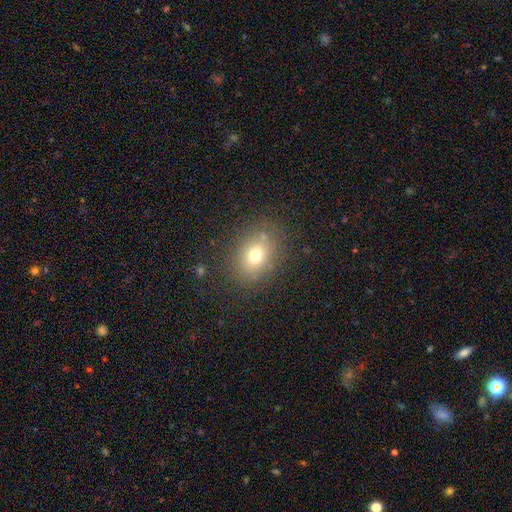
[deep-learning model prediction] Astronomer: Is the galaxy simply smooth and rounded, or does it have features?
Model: smooth — 69%.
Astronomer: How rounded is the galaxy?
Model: in between — 56% (runner-up: round, 43%).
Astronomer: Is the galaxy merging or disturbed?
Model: none — 86%.